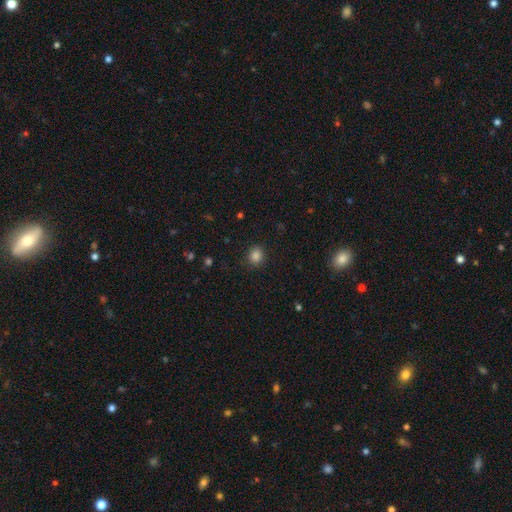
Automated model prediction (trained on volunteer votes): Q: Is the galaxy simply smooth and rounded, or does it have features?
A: smooth — 85%.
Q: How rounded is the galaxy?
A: round — 77%.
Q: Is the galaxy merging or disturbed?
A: none — 88%.